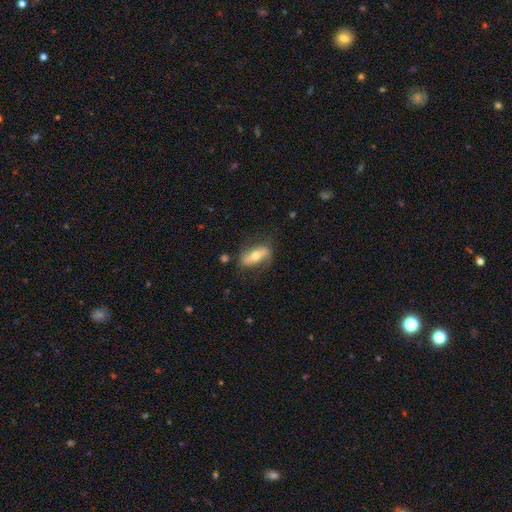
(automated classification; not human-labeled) A featured or disk galaxy (48%). Merging: none (73%).